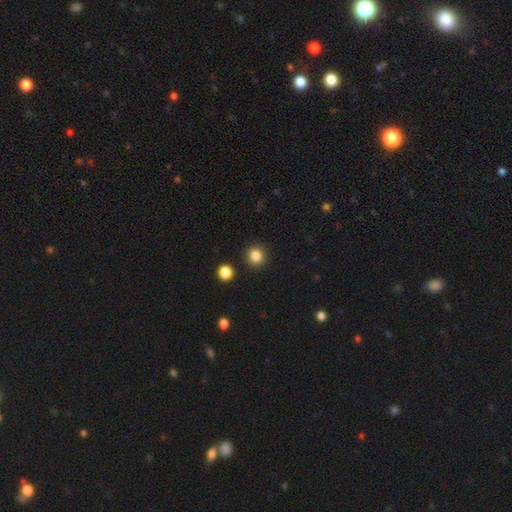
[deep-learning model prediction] Smooth or featured? smooth (85%)
How rounded? round (88%)
Merging? none (90%)